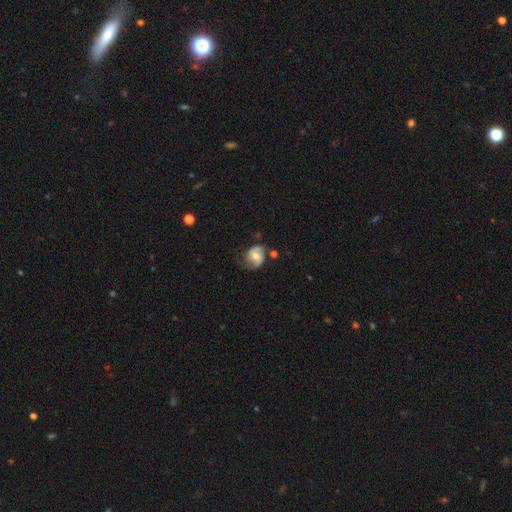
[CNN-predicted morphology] Smooth or featured? featured or disk (63%)
Edge-on disk? no (97%)
Bar? no (60%)
Spiral arms? yes (84%)
Spiral winding? medium (44%)
Spiral arm count? 2 (74%)
Bulge size? moderate (71%)
Merging? none (56%)